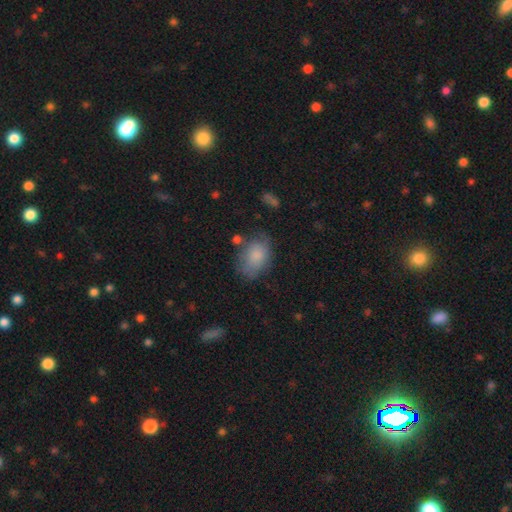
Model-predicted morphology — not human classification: Smooth or featured? Predicted: smooth (p=0.81). How rounded? Predicted: in between (p=0.82). Merging? Predicted: none (p=0.61).